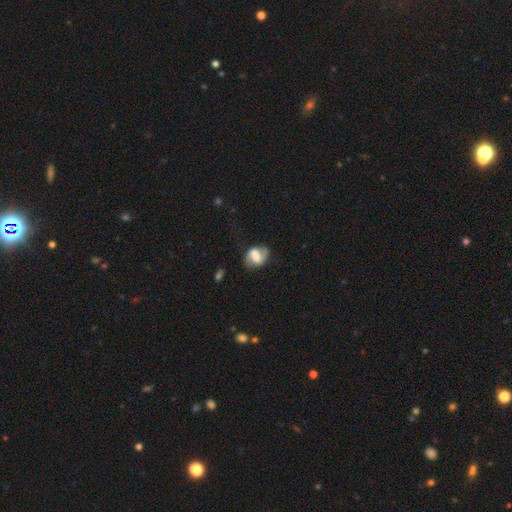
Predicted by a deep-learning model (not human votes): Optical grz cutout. It shows a featured or disk galaxy (52%). Merging: none (59%).